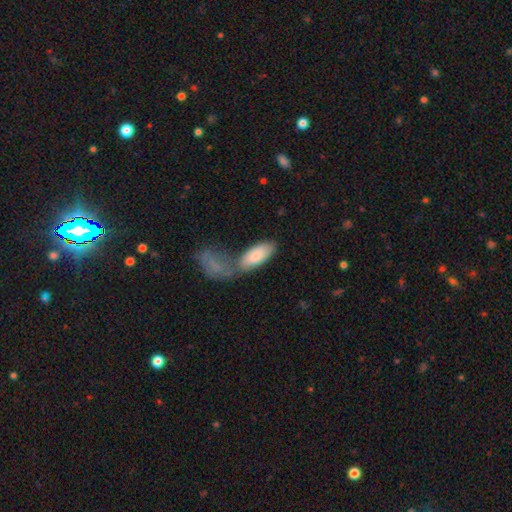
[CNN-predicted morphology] Smooth or featured? Predicted: smooth (p=0.81). How rounded? Predicted: in between (p=0.86). Merging? Predicted: merger (p=0.40).